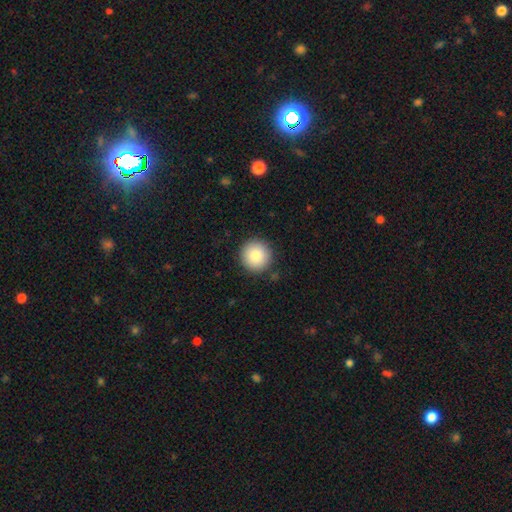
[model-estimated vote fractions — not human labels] Q: Smooth or featured?
A: smooth (85%); runner-up: star or artifact (8%)
Q: How rounded?
A: round (95%); runner-up: in between (4%)
Q: Merging?
A: none (90%); runner-up: minor disturbance (6%)